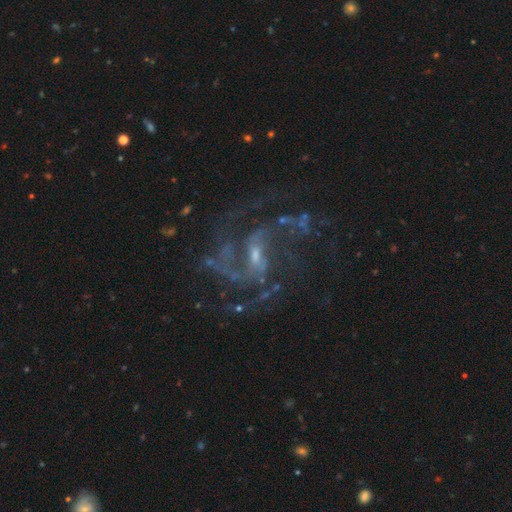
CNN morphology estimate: This is clearly a featured or disk galaxy (88%). It is clearly not viewed edge-on (98%). Bar: possibly weak (54%). Spiral arm pattern: clearly yes (96%). Spiral arm count: possibly 2 (47%). Spiral winding: possibly medium (52%). Central bulge: likely small (62%). Merging: possibly none (59%).